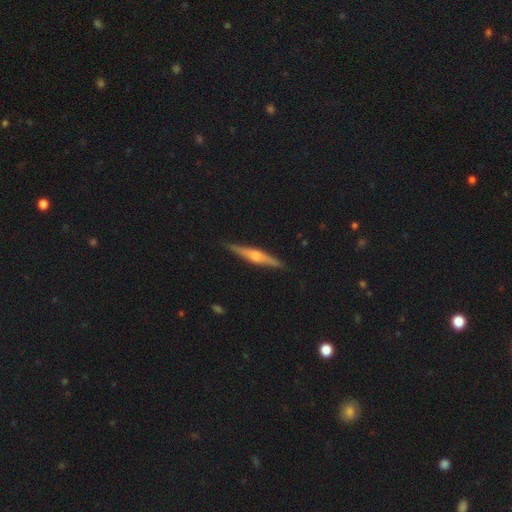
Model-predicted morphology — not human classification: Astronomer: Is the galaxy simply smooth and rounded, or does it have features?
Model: featured or disk — 74%.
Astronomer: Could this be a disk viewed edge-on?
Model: yes — 98%.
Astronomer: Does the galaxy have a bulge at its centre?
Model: rounded — 82%.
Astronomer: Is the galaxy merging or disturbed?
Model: none — 90%.